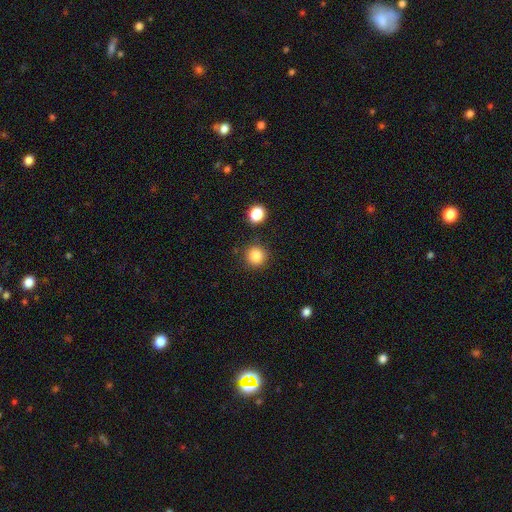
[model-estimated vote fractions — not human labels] smooth-or-featured: smooth: 86% | star or artifact: 11% | featured or disk: 4%
  how-rounded: round: 93% | in between: 7% | cigar-shaped: 1%
  merging: none: 86% | minor disturbance: 8% | merger: 4% | major disturbance: 3%